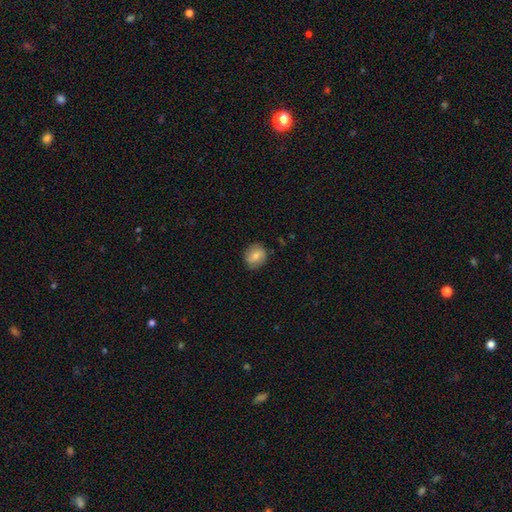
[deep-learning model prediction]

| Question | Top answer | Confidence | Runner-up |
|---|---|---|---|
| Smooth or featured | smooth | 71% | featured or disk (21%) |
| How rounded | round | 75% | in between (24%) |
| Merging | none | 81% | minor disturbance (14%) |